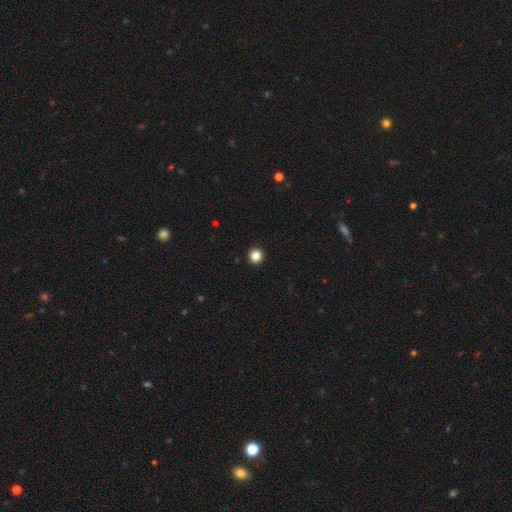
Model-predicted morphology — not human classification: A smooth galaxy with no disk features (84%) that is round (96%).

Vote fractions:
- Smooth or featured? smooth: 84% / star or artifact: 12% / featured or disk: 4%
- How rounded? round: 96% / in between: 3% / cigar-shaped: 1%
- Merging? none: 94% / minor disturbance: 4% / major disturbance: 1% / merger: 1%